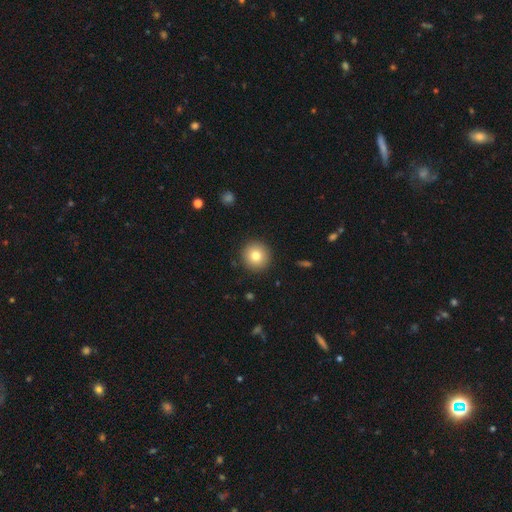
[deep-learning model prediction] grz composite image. It shows a smooth galaxy with no disk features (78%) that is round (95%). Merging: none (92%).